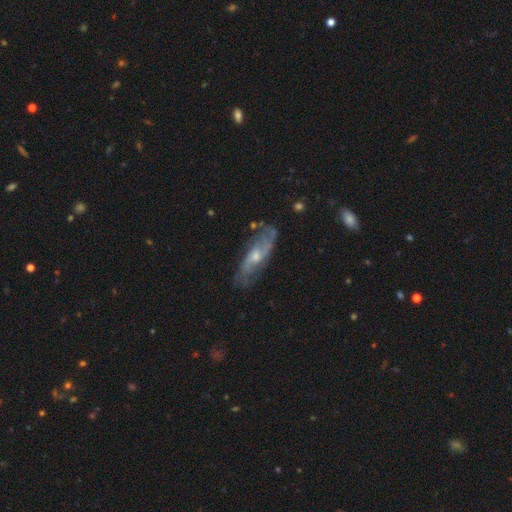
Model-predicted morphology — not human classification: type=featured or disk (77%); edge-on=no (79%); bar=no (55%); spiral arms=yes (89%); winding=medium (41%); arm count=2 (61%); bulge=moderate (55%); merging=none (72%).